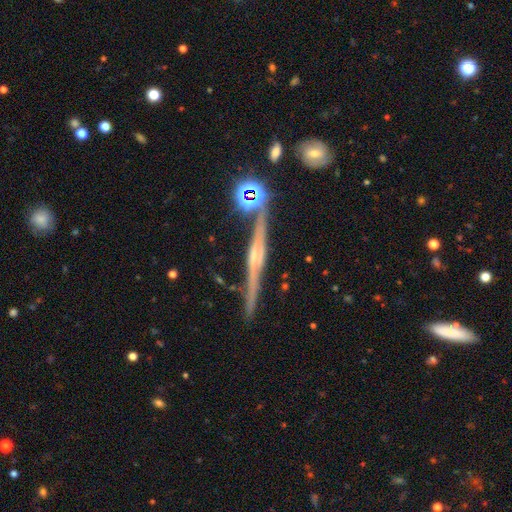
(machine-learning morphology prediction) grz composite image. It shows a featured or disk galaxy (79%) viewed edge-on (96%) with a rounded central bulge (53%). Merging: none (80%).